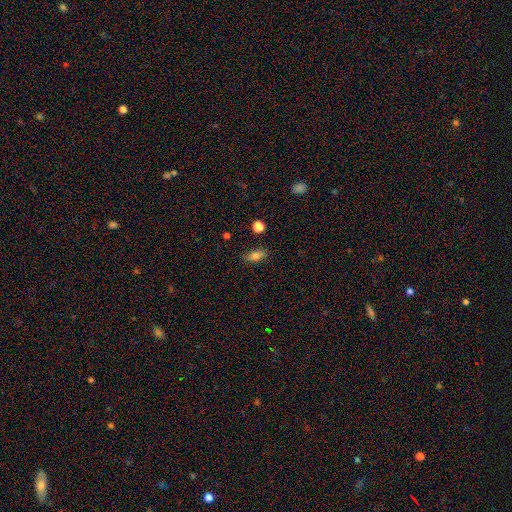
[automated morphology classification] This appears to be a smooth galaxy with no disk features (76%) that is in between round and cigar-shaped (79%). Merging: none (80%).